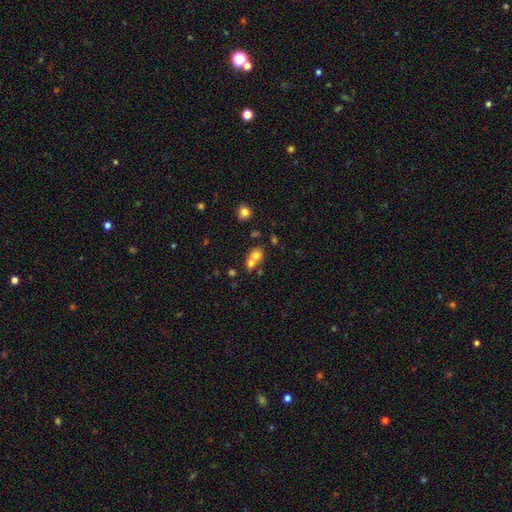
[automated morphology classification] smooth 71%, featured or disk 16%, star or artifact 13%. Down the decision tree: how rounded — round (67%); merging — merger (61%).